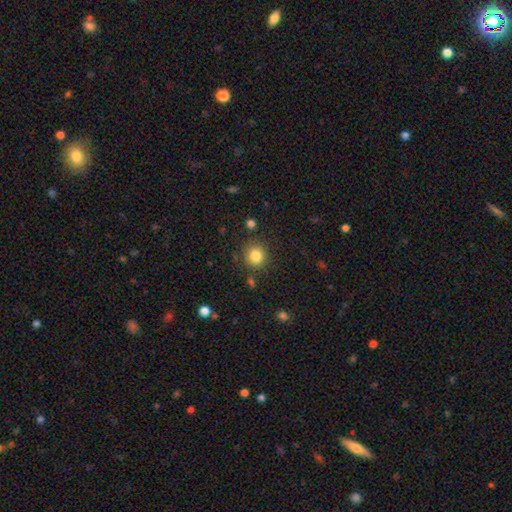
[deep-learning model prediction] Morphology: type=smooth (84%); roundness=round (88%); merging=none (84%).